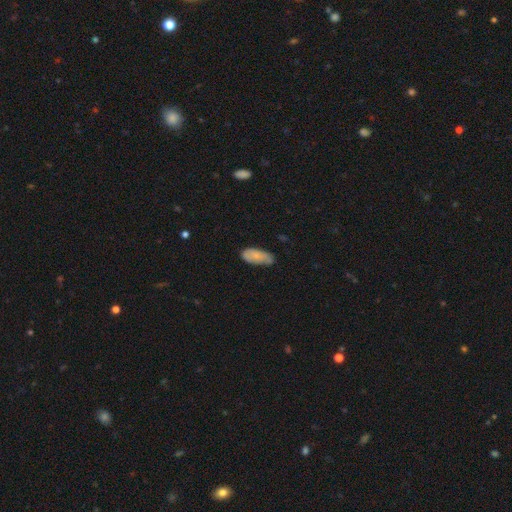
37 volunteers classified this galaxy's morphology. Smooth or featured? 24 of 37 (65%) said smooth. How rounded? 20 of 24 (83%) said in between. Merging? 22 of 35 (63%) said none.